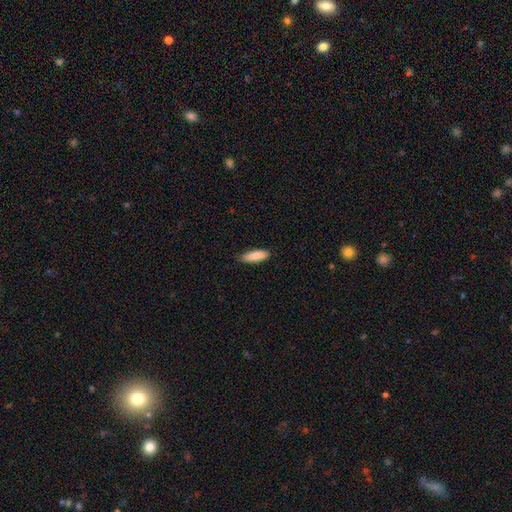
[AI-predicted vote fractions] smooth_or_featured: smooth (p=0.89) [alt: star or artifact p=0.06]
how_rounded: in between (p=0.54) [alt: cigar-shaped p=0.45]
merging: none (p=0.86) [alt: minor disturbance p=0.12]